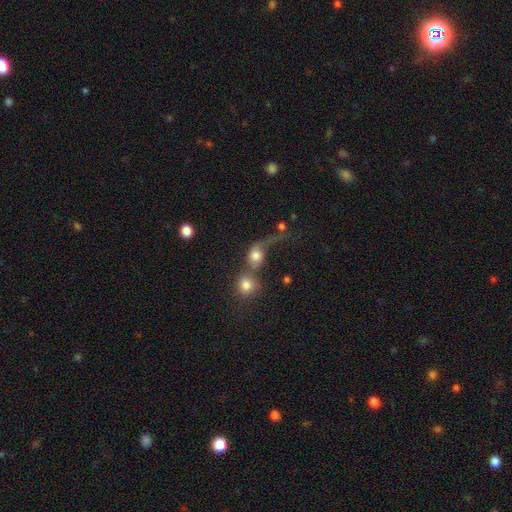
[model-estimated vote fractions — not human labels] This is likely a smooth galaxy (69%). How rounded: likely round (64%). Merging: possibly merger (53%).